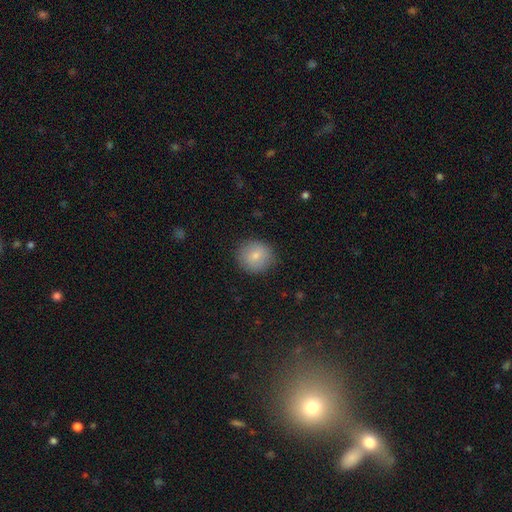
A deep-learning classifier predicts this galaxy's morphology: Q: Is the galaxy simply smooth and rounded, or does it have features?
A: smooth — 80%.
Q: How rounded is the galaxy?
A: round — 90%.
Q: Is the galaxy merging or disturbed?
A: none — 86%.